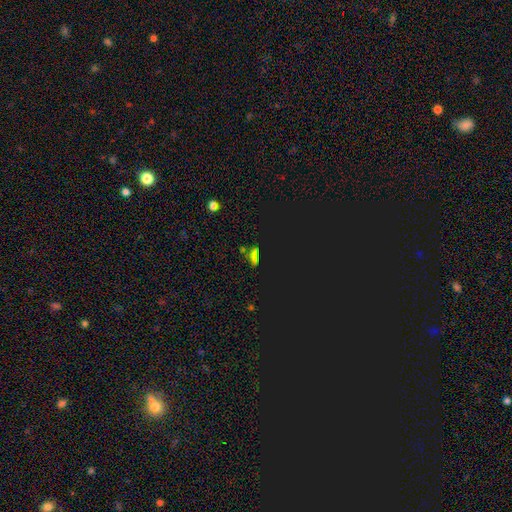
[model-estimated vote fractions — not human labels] Smooth or featured? star or artifact (48%)